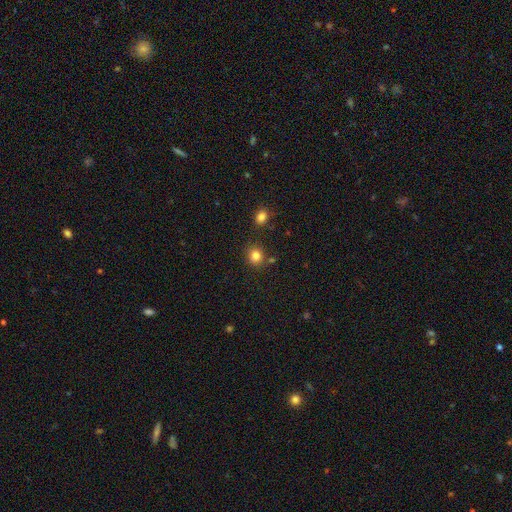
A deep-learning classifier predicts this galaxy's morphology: This is clearly a smooth galaxy (83%). How rounded: clearly round (85%). Merging: likely none (80%).